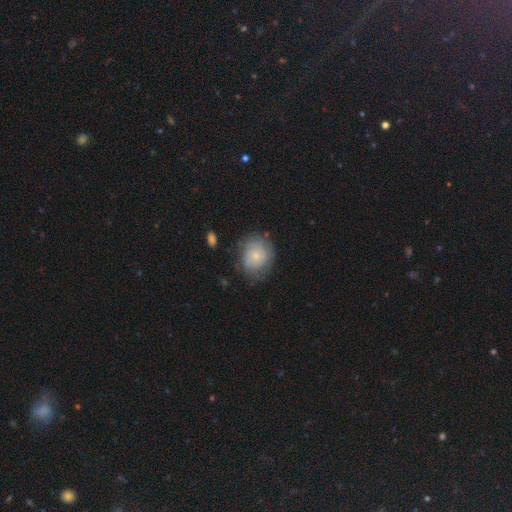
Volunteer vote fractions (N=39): Smooth or featured? smooth (79%)
How rounded? round (65%)
Merging? none (46%)